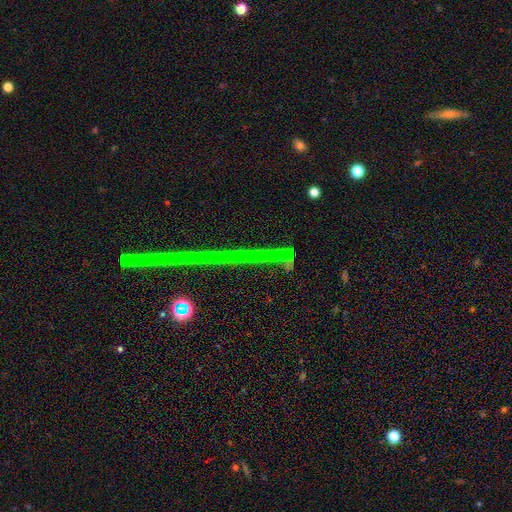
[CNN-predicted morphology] smooth_or_featured: star or artifact (p=0.75) [alt: featured or disk p=0.16]